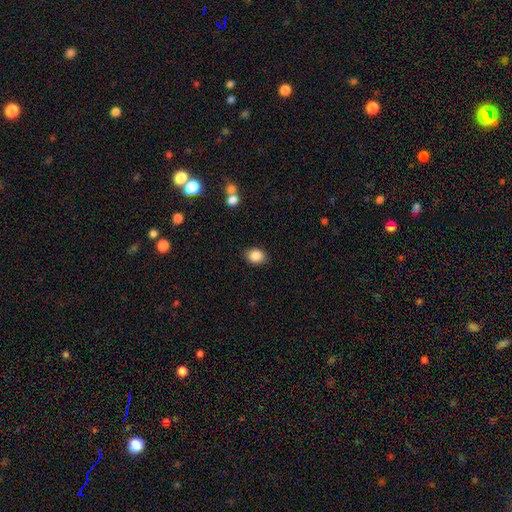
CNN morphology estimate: Smooth or featured? Predicted: smooth (p=0.86). How rounded? Predicted: in between (p=0.63). Merging? Predicted: none (p=0.85).